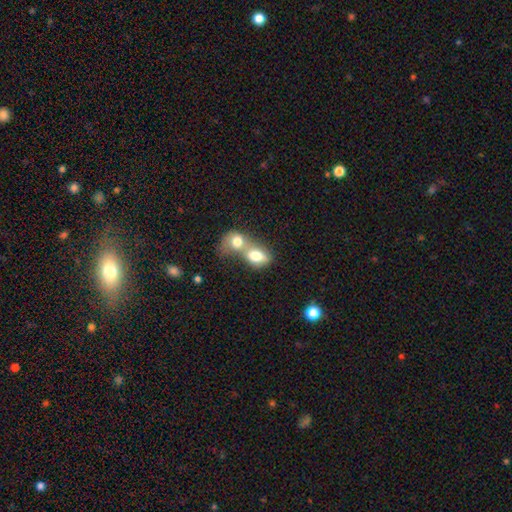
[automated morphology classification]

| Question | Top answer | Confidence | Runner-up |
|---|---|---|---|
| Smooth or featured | smooth | 74% | featured or disk (18%) |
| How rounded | in between | 70% | round (27%) |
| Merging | merger | 78% | none (13%) |